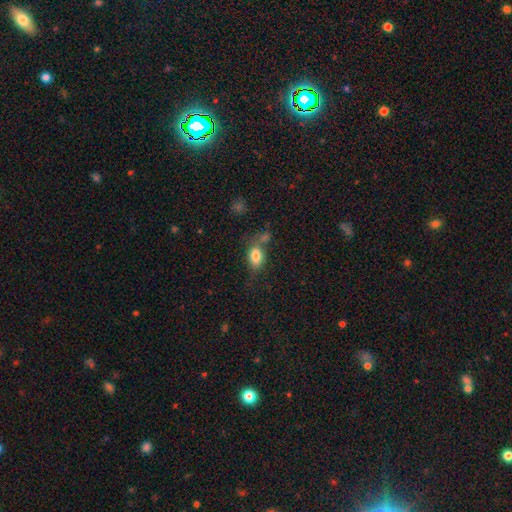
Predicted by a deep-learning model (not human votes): This appears to be a smooth galaxy with no disk features (82%) that is in between round and cigar-shaped (81%). Merging: none (53%).